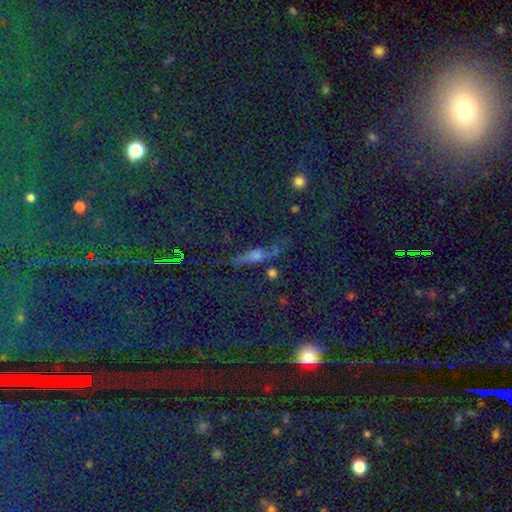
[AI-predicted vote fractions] The model was most divided on "smooth or featured": featured or disk: 38%, star or artifact: 32%, smooth: 30%. More confident: merging — none (73%).